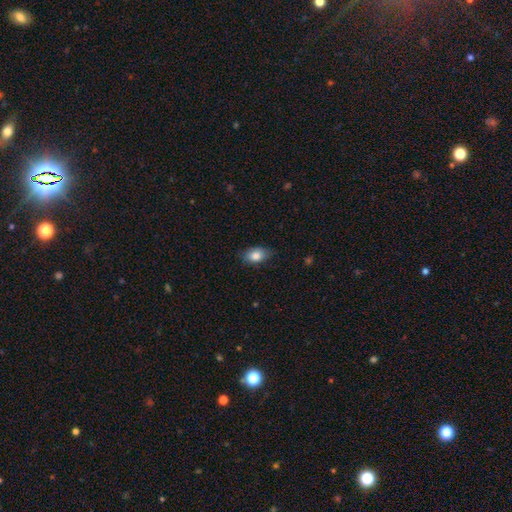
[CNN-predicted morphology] The model was most divided on "merging": none: 79%, minor disturbance: 17%, major disturbance: 3%, merger: 1%. More confident: how rounded — in between (86%); smooth or featured — smooth (84%).